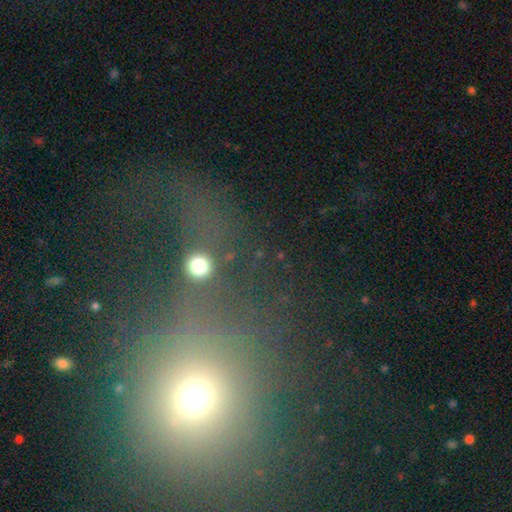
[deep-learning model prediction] Smooth or featured?
  - smooth: 47% *
  - star or artifact: 32%
  - featured or disk: 21%
Merging?
  - major disturbance: 36% *
  - none: 35%
  - merger: 17%
  - minor disturbance: 12%